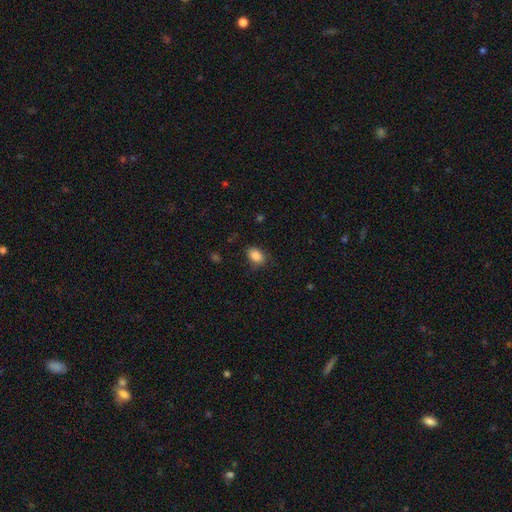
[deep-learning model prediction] The model was most divided on "how rounded": in between: 78%, round: 21%, cigar-shaped: 1%. More confident: smooth or featured — smooth (86%); merging — none (79%).